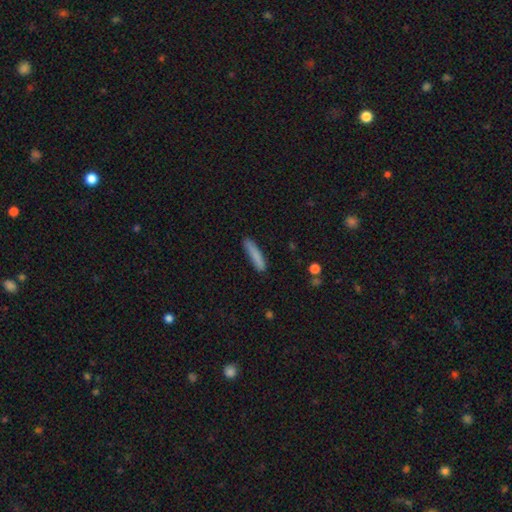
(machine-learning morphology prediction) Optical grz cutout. It shows a smooth galaxy with no disk features (83%) that is cigar-shaped (89%). Merging: none (81%).